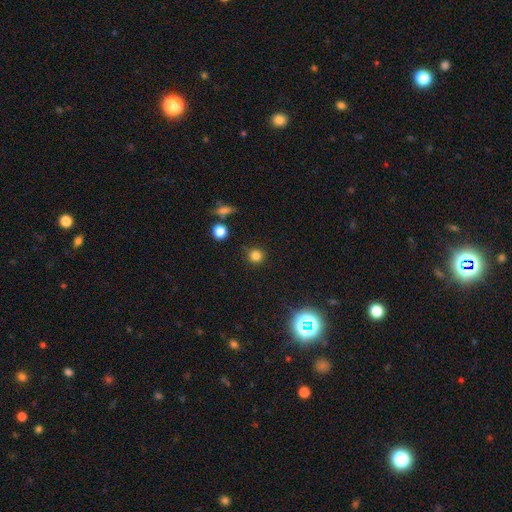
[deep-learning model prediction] Smooth or featured? Predicted: smooth (p=0.79). How rounded? Predicted: round (p=0.92). Merging? Predicted: none (p=0.87).